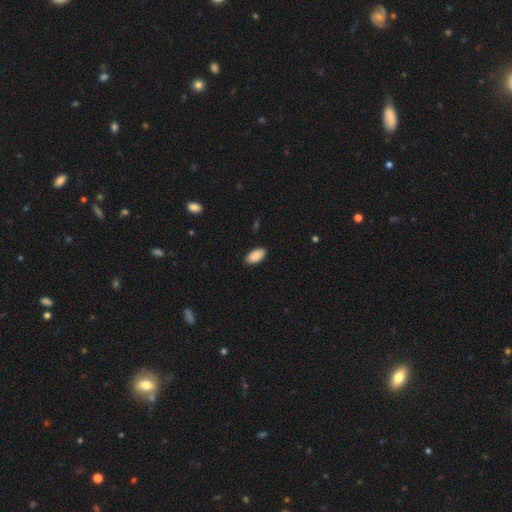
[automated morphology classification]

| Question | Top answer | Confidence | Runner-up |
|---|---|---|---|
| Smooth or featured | smooth | 89% | star or artifact (6%) |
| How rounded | in between | 95% | cigar-shaped (2%) |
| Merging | none | 86% | minor disturbance (11%) |